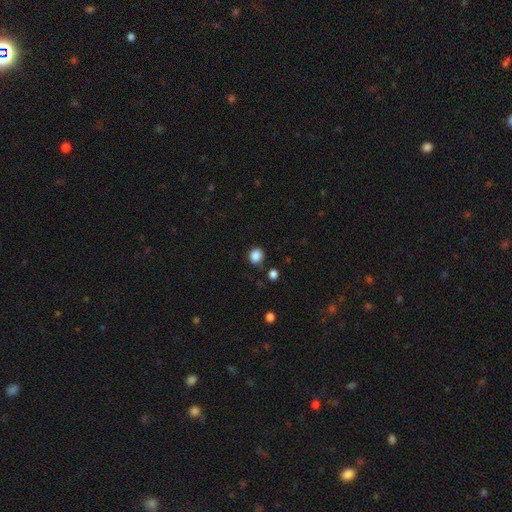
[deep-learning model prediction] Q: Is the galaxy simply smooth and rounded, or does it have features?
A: smooth — 87%.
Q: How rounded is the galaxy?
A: round — 72%.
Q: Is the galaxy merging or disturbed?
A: none — 78%.